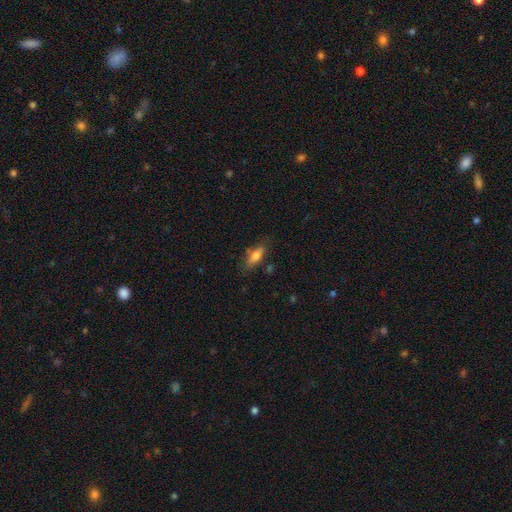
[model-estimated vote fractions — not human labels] The model was most divided on "how rounded": in between: 64%, cigar-shaped: 34%, round: 3%. More confident: merging — none (74%); smooth or featured — smooth (73%).